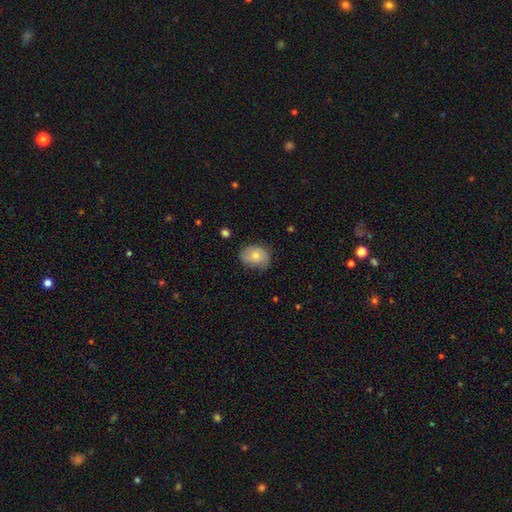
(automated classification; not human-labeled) This is likely a smooth galaxy (68%). How rounded: likely in between (64%). Merging: likely none (64%).